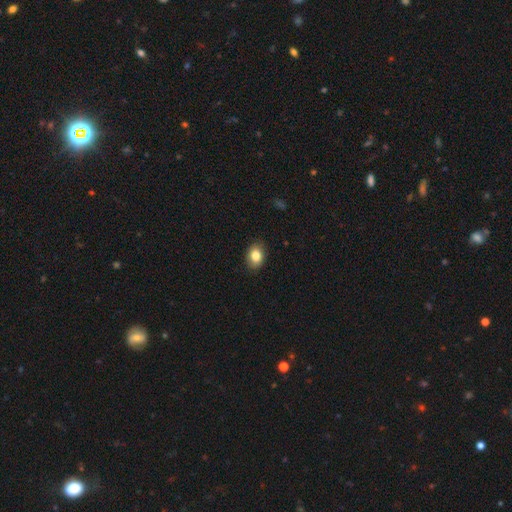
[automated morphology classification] smooth_or_featured: smooth (p=0.83) [alt: star or artifact p=0.08]
how_rounded: in between (p=0.70) [alt: round p=0.29]
merging: none (p=0.87) [alt: minor disturbance p=0.10]